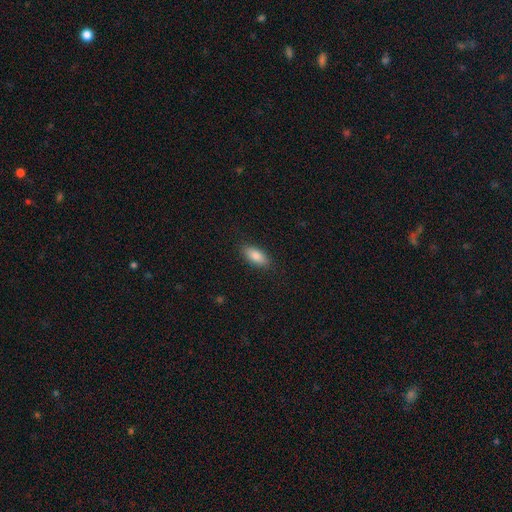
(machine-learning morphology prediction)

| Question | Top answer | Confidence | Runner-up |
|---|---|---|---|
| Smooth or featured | smooth | 85% | featured or disk (8%) |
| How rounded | in between | 85% | cigar-shaped (13%) |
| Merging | none | 87% | minor disturbance (10%) |